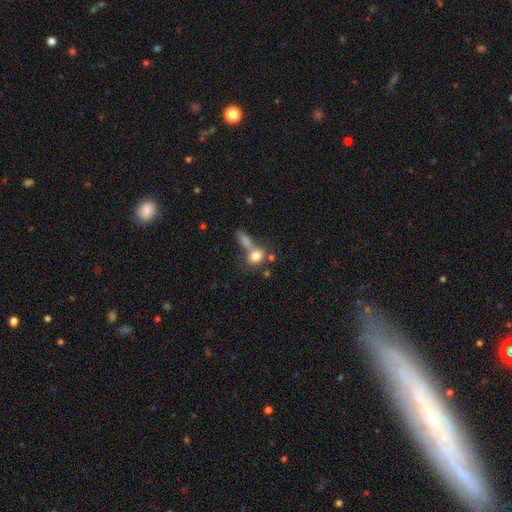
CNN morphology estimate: Smooth or featured? Predicted: smooth (p=0.80). How rounded? Predicted: in between (p=0.57). Merging? Predicted: merger (p=0.47).